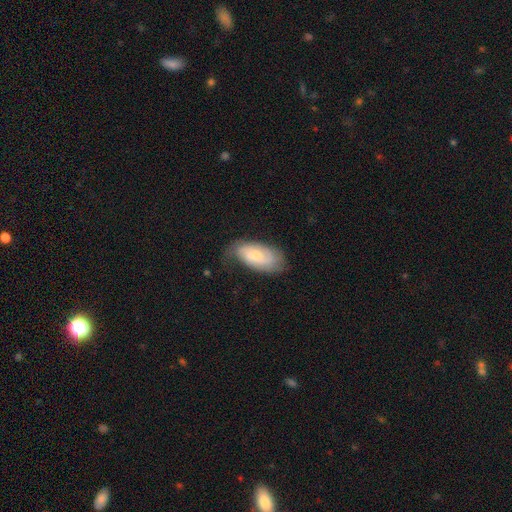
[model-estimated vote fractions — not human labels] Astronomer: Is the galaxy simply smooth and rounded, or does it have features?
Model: featured or disk — 49% (runner-up: smooth, 44%).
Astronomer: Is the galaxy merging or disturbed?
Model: none — 59%.